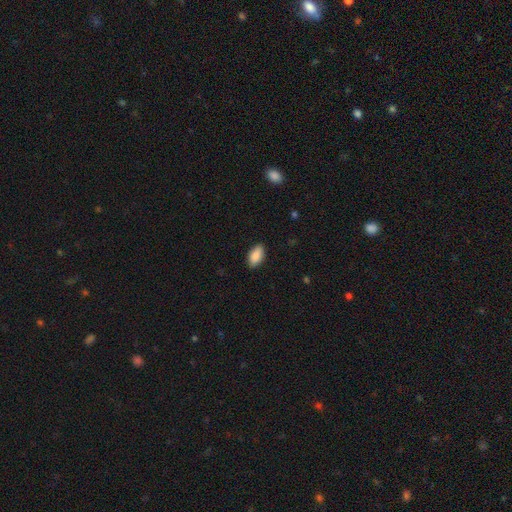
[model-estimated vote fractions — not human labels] smooth_or_featured: smooth (p=0.89) [alt: star or artifact p=0.07]
how_rounded: in between (p=0.93) [alt: cigar-shaped p=0.04]
merging: none (p=0.88) [alt: minor disturbance p=0.09]